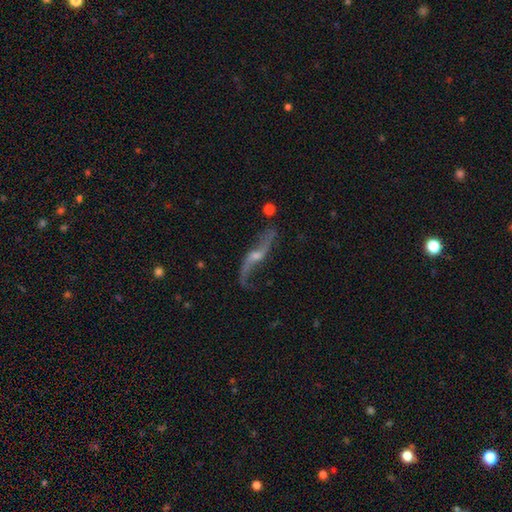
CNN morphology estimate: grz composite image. It shows a featured or disk galaxy (86%) with no bar (49%), 2 (92%) loose (88%) spiral arms (94%) and a moderate central bulge (45%, tied with small). Merging: none (73%).